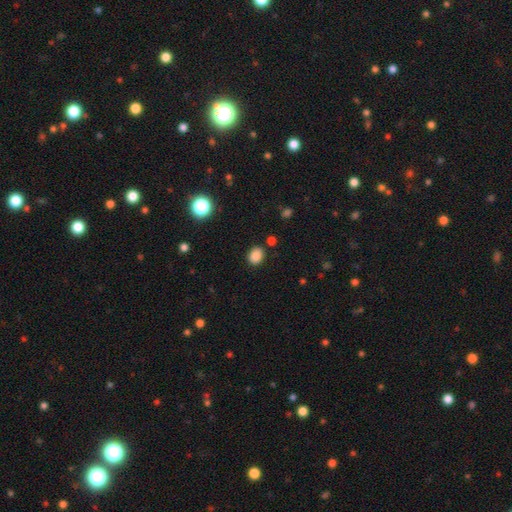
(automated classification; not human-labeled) Smooth or featured?
  - smooth: 86% *
  - star or artifact: 11%
  - featured or disk: 3%
How rounded?
  - in between: 54% *
  - round: 45%
  - cigar-shaped: 1%
Merging?
  - none: 84% *
  - minor disturbance: 10%
  - major disturbance: 3%
  - merger: 3%